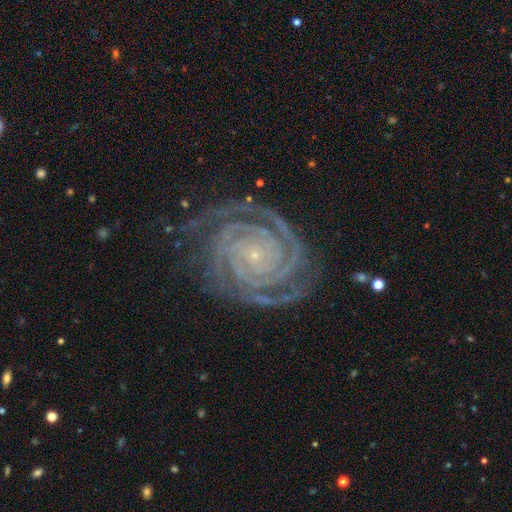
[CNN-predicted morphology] Q: Smooth or featured?
A: featured or disk (92%); runner-up: star or artifact (5%)
Q: Edge-on disk?
A: no (98%); runner-up: yes (2%)
Q: Bar?
A: no (73%); runner-up: weak (15%)
Q: Spiral arms?
A: yes (99%); runner-up: no (1%)
Q: Spiral winding?
A: tight (89%); runner-up: medium (10%)
Q: Spiral arm count?
A: 2 (40%); runner-up: 3 (21%)
Q: Bulge size?
A: small (90%); runner-up: moderate (6%)
Q: Merging?
A: none (79%); runner-up: minor disturbance (15%)